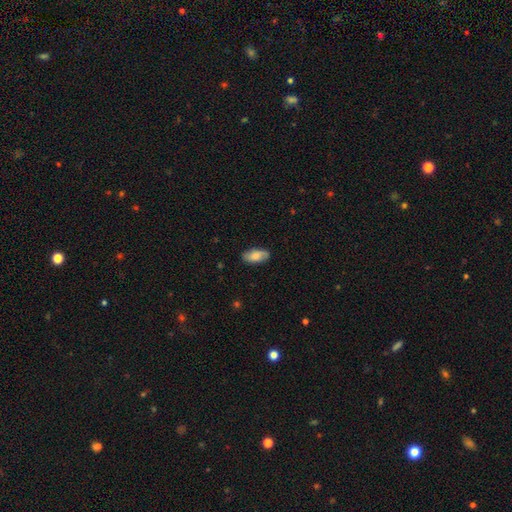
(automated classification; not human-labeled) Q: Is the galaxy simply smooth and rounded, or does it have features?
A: smooth — 73%.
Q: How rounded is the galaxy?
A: in between — 90%.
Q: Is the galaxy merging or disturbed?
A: none — 83%.